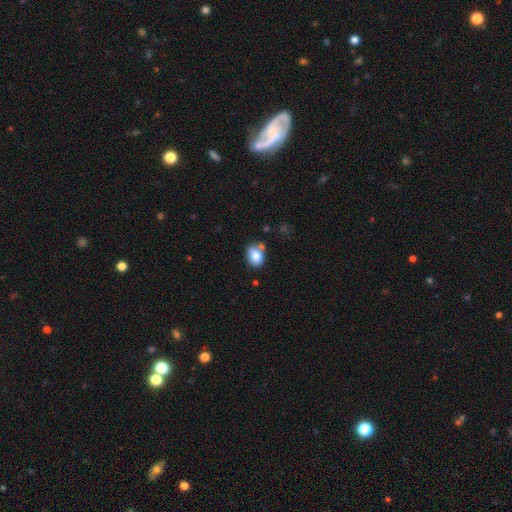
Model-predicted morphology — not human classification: smooth-or-featured: smooth: 82% | featured or disk: 9% | star or artifact: 9%
  how-rounded: in between: 64% | round: 35% | cigar-shaped: 1%
  merging: none: 65% | minor disturbance: 18% | merger: 13% | major disturbance: 4%